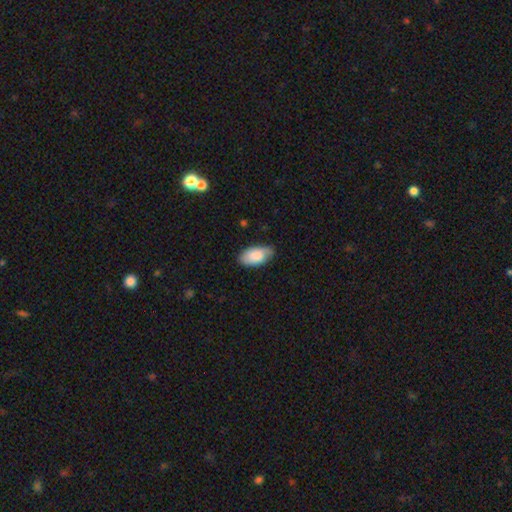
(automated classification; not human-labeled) Smooth or featured? smooth (81%)
How rounded? in between (95%)
Merging? none (75%)